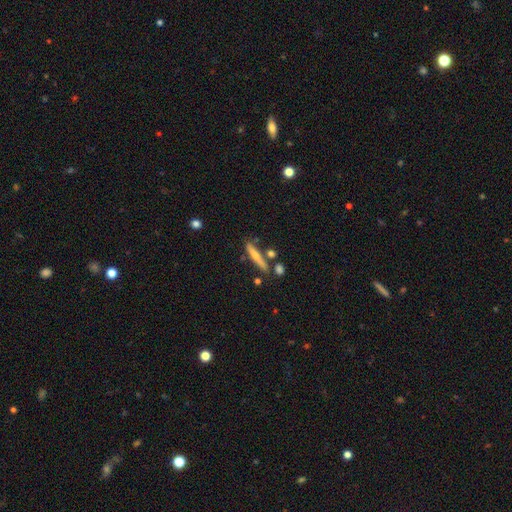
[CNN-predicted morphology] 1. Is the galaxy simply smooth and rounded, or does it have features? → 51% smooth, 43% featured or disk, 7% star or artifact.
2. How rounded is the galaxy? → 89% cigar-shaped, 8% in between, 3% round.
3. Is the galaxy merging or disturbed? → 75% none, 12% minor disturbance, 10% merger, 3% major disturbance.